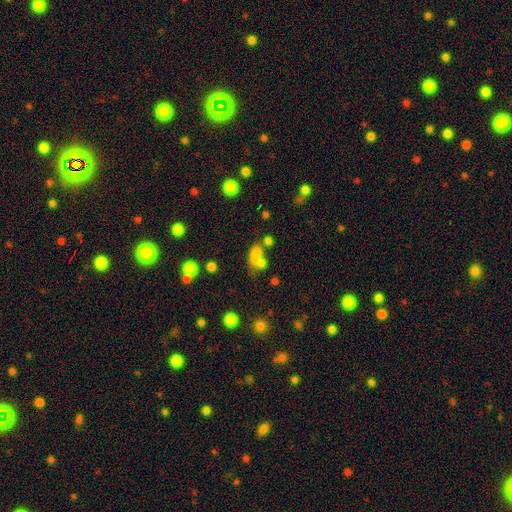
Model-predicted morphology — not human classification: Smooth or featured? Predicted: smooth (p=0.67). How rounded? Predicted: in between (p=0.73). Merging? Predicted: merger (p=0.50).